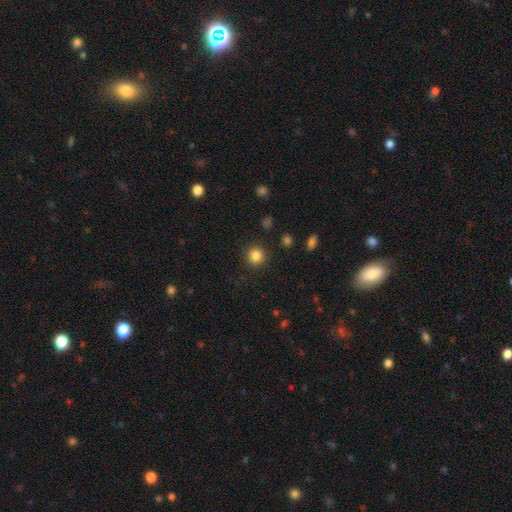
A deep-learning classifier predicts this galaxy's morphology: This is clearly a smooth galaxy (84%). How rounded: clearly round (93%). Merging: clearly none (90%).